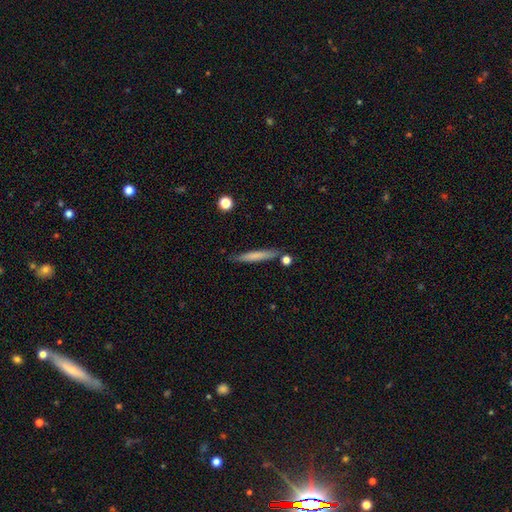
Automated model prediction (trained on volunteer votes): Smooth or featured?
  - smooth: 68% *
  - featured or disk: 26%
  - star or artifact: 6%
How rounded?
  - cigar-shaped: 94% *
  - in between: 4%
  - round: 1%
Merging?
  - none: 82% *
  - minor disturbance: 12%
  - merger: 4%
  - major disturbance: 2%